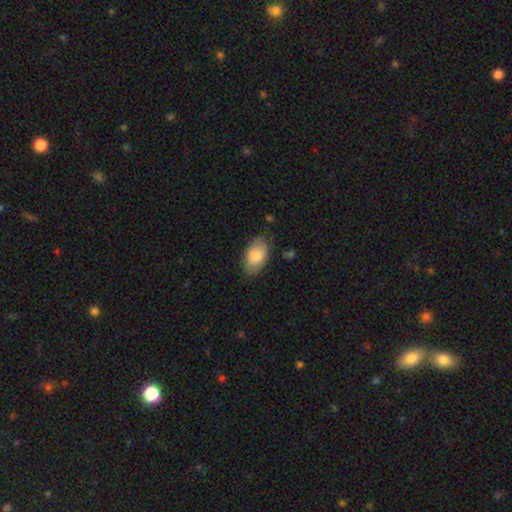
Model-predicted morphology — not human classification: smooth-or-featured: smooth: 83% | featured or disk: 11% | star or artifact: 6%
  how-rounded: in between: 93% | round: 5% | cigar-shaped: 2%
  merging: none: 75% | minor disturbance: 19% | major disturbance: 4% | merger: 2%